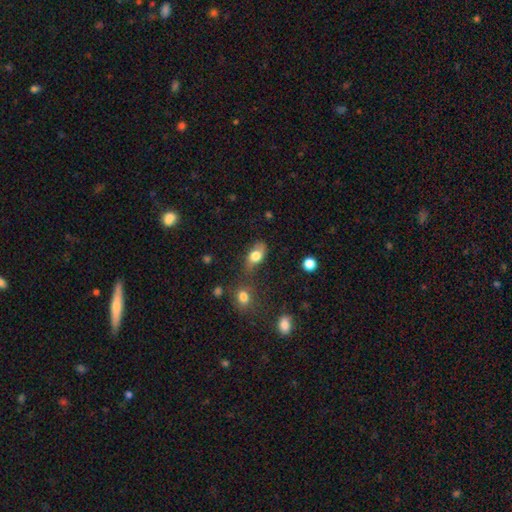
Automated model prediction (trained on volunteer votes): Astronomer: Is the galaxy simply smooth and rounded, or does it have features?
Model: smooth — 69%.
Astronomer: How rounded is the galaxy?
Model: in between — 81%.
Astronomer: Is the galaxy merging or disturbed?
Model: none — 56%.